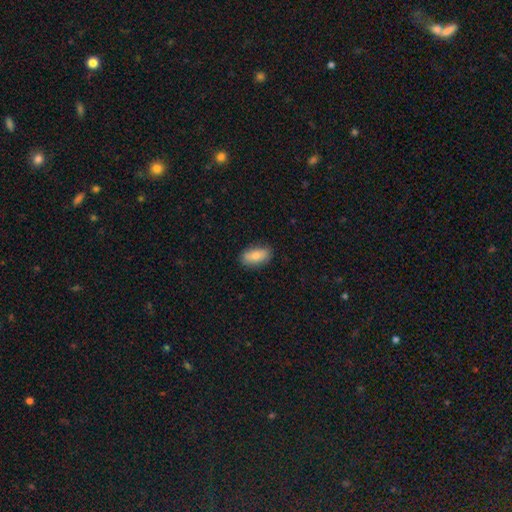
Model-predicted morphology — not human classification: Smooth or featured?
  - smooth: 81% *
  - featured or disk: 13%
  - star or artifact: 7%
How rounded?
  - in between: 89% *
  - cigar-shaped: 7%
  - round: 4%
Merging?
  - none: 85% *
  - minor disturbance: 12%
  - major disturbance: 2%
  - merger: 1%